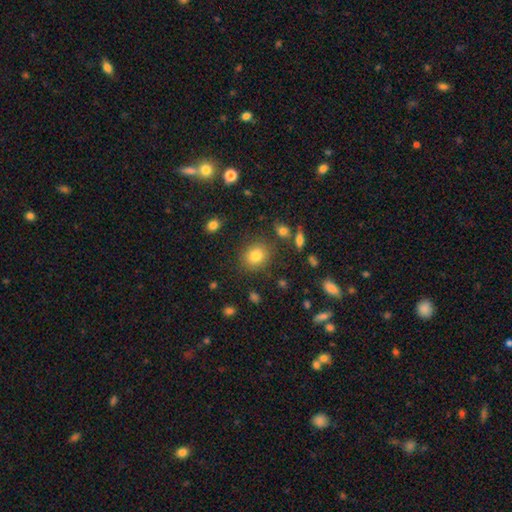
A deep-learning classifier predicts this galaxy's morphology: Smooth or featured? smooth (80%)
How rounded? round (75%)
Merging? none (84%)